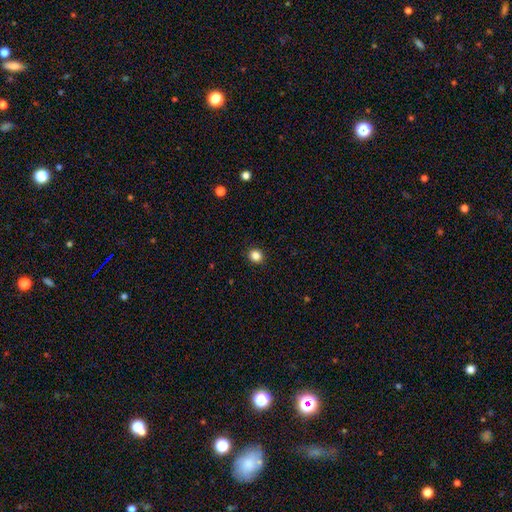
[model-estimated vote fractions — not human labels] Smooth or featured?
  - smooth: 85% *
  - star or artifact: 11%
  - featured or disk: 4%
How rounded?
  - round: 82% *
  - in between: 18%
  - cigar-shaped: 1%
Merging?
  - none: 92% *
  - minor disturbance: 5%
  - major disturbance: 2%
  - merger: 1%